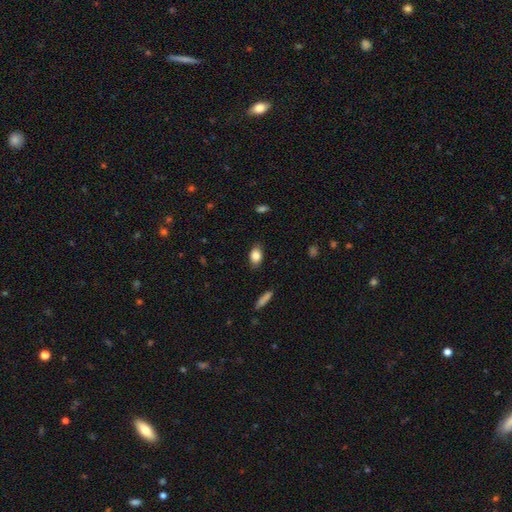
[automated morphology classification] smooth_or_featured: smooth (p=0.84) [alt: star or artifact p=0.08]
how_rounded: in between (p=0.83) [alt: round p=0.15]
merging: none (p=0.85) [alt: minor disturbance p=0.12]